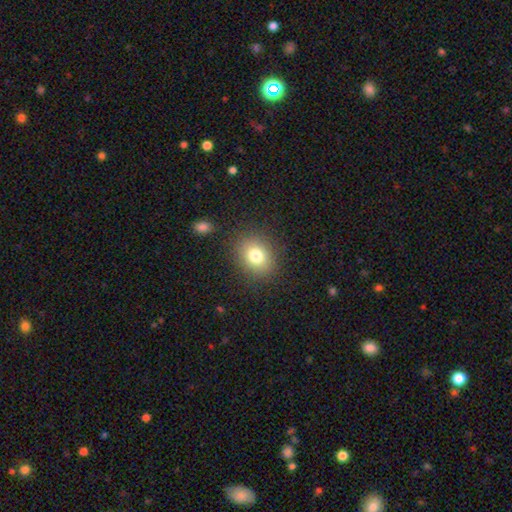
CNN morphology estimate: Smooth or featured: smooth — 79% (star or artifact — 11%)
How rounded: round — 59% (in between — 40%)
Merging: none — 86% (minor disturbance — 9%)